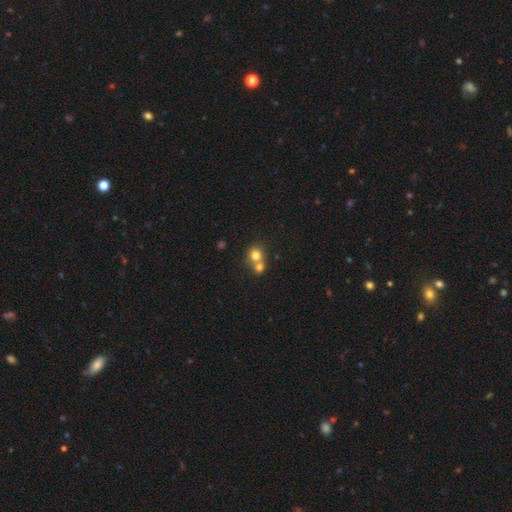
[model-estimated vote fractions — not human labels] A smooth galaxy with no disk features (77%) that is round (82%).

Vote fractions:
- Smooth or featured? smooth: 77% / featured or disk: 12% / star or artifact: 12%
- How rounded? round: 82% / in between: 17% / cigar-shaped: 1%
- Merging? merger: 57% / none: 36% / minor disturbance: 5% / major disturbance: 2%